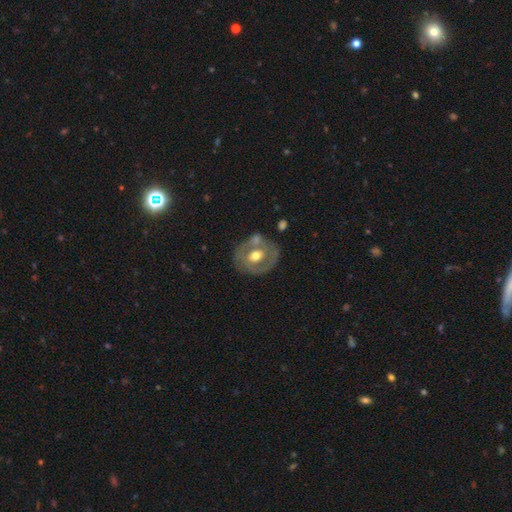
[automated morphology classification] type=featured or disk (61%); edge-on=no (95%); bar=no (62%); spiral arms=no (67%); bulge=moderate (74%); merging=none (63%).